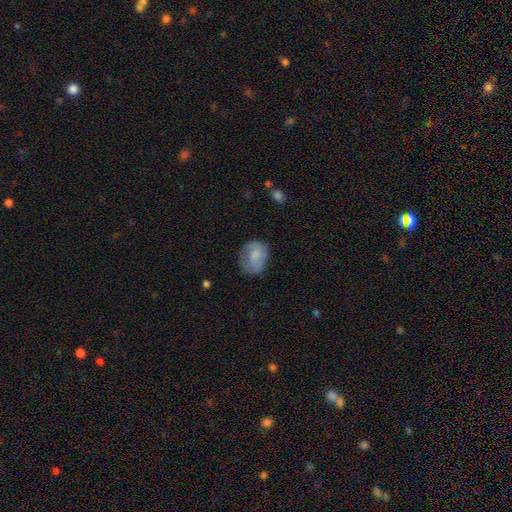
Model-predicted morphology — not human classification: A smooth galaxy with no disk features (70%) that is round (56%).

Vote fractions:
- Smooth or featured? smooth: 70% / featured or disk: 22% / star or artifact: 8%
- How rounded? round: 56% / in between: 43% / cigar-shaped: 1%
- Merging? none: 56% / minor disturbance: 28% / major disturbance: 14% / merger: 2%